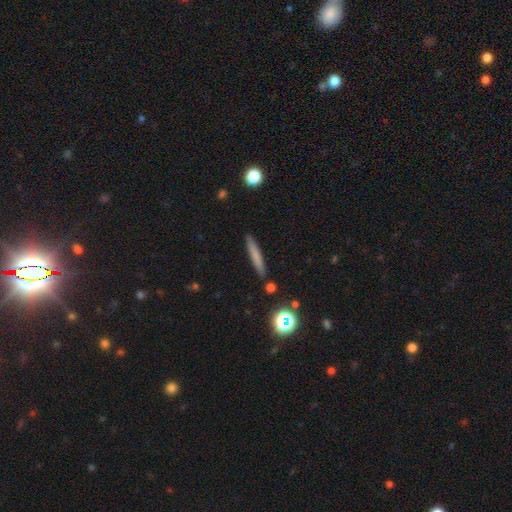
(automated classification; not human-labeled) The model was most divided on "smooth or featured": smooth: 69%, featured or disk: 22%, star or artifact: 9%. More confident: how rounded — cigar-shaped (94%); merging — none (88%).